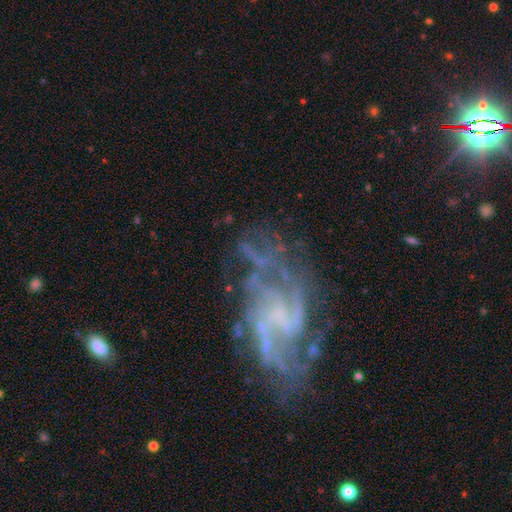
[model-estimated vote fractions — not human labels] Smooth or featured? Predicted: featured or disk (p=0.81). Edge-on disk? Predicted: no (p=0.97). Bar? Predicted: no (p=0.49). Spiral arms? Predicted: yes (p=0.83). Spiral winding? Predicted: medium (p=0.41). Spiral arm count? Predicted: can't tell (p=0.31). Bulge size? Predicted: none (p=0.59). Merging? Predicted: none (p=0.48).